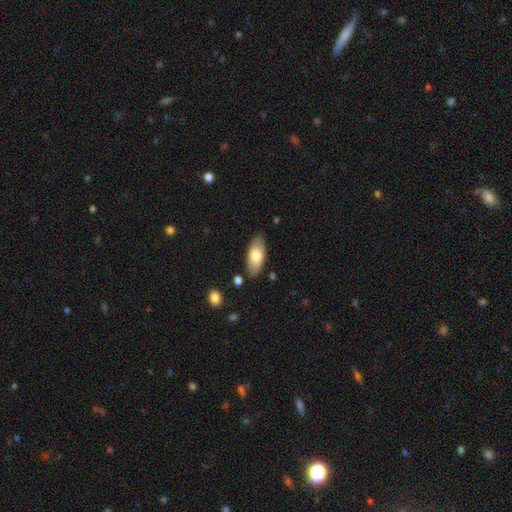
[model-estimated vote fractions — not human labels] smooth_or_featured: smooth (p=0.74) [alt: featured or disk p=0.20]
how_rounded: in between (p=0.87) [alt: cigar-shaped p=0.11]
merging: none (p=0.85) [alt: minor disturbance p=0.11]